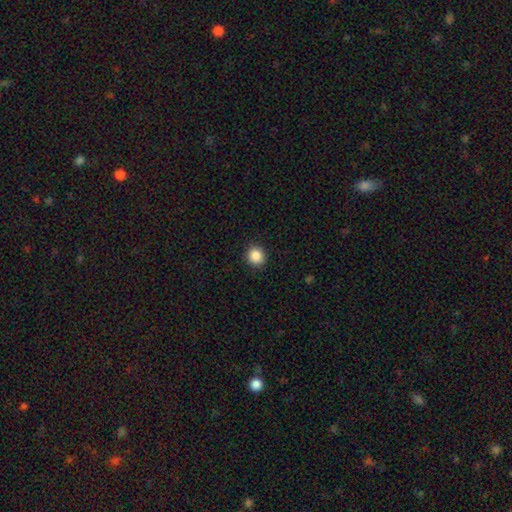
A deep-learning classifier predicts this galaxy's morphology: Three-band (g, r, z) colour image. It shows a smooth galaxy with no disk features (87%) that is round (86%). Merging: none (91%).